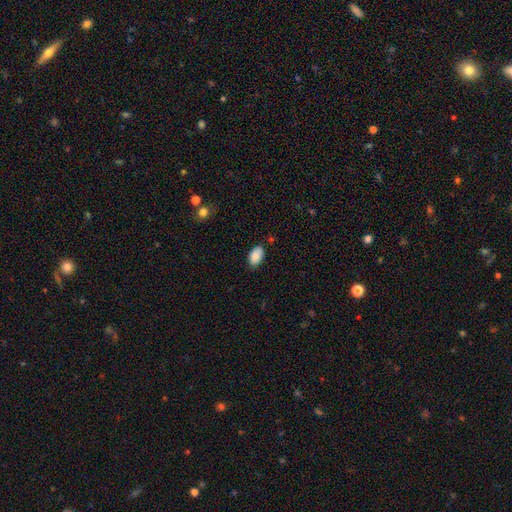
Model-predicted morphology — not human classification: smooth_or_featured: smooth (p=0.88) [alt: star or artifact p=0.07]
how_rounded: in between (p=0.94) [alt: round p=0.05]
merging: none (p=0.80) [alt: minor disturbance p=0.15]